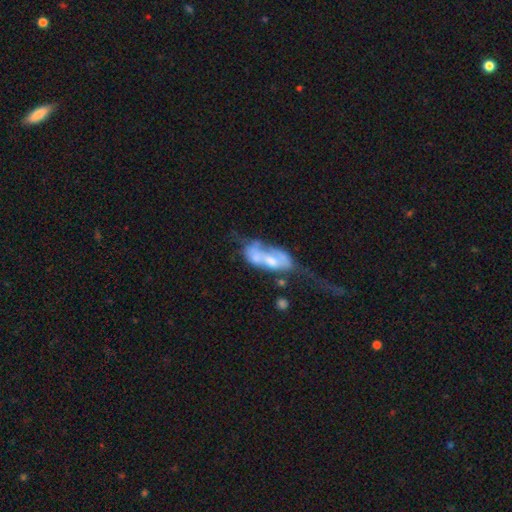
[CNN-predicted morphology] Smooth or featured?
  - featured or disk: 47% *
  - smooth: 44%
  - star or artifact: 9%
Merging?
  - merger: 48% *
  - major disturbance: 24%
  - none: 15%
  - minor disturbance: 13%